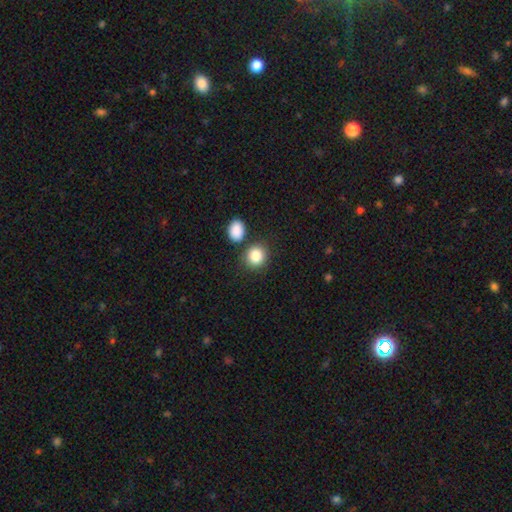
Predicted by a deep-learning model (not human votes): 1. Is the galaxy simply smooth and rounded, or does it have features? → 86% smooth, 9% star or artifact, 5% featured or disk.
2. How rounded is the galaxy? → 74% round, 25% in between, 1% cigar-shaped.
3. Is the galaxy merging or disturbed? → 73% none, 14% merger, 10% minor disturbance, 3% major disturbance.